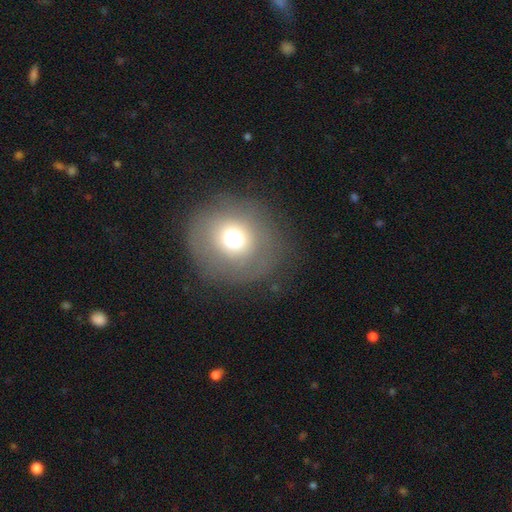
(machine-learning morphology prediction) type=smooth (63%); roundness=round (86%); merging=none (80%).